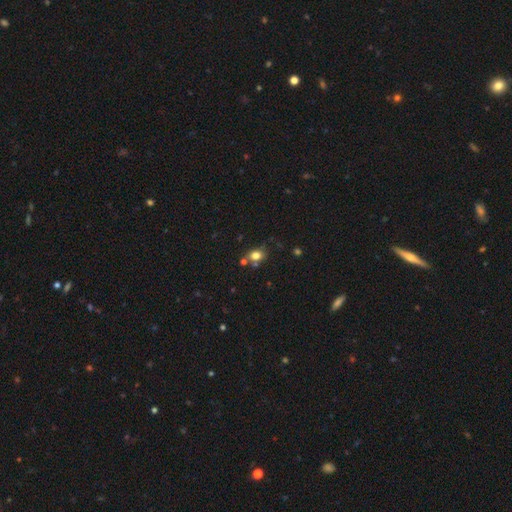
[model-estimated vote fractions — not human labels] The model was most divided on "how rounded": round: 51%, in between: 48%, cigar-shaped: 1%. More confident: smooth or featured — smooth (78%); merging — none (63%).